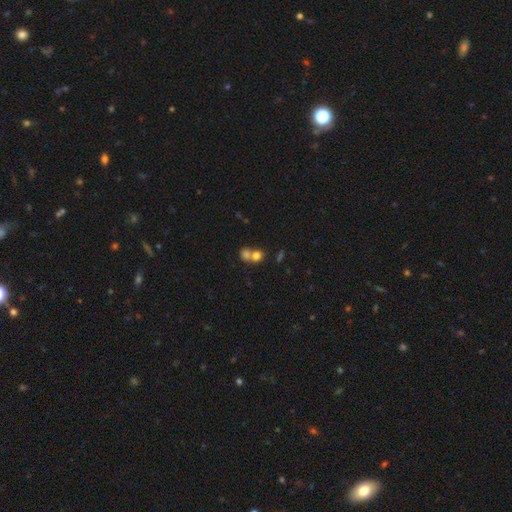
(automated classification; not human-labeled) Smooth or featured? smooth (75%)
How rounded? round (73%)
Merging? merger (56%)